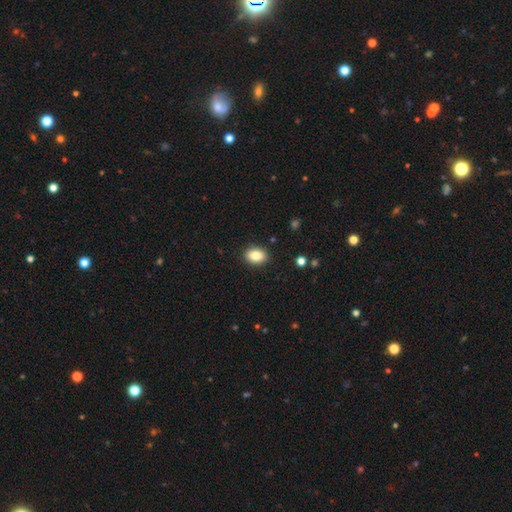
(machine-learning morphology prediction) The model was most divided on "how rounded": in between: 77%, round: 22%, cigar-shaped: 1%. More confident: merging — none (90%); smooth or featured — smooth (85%).